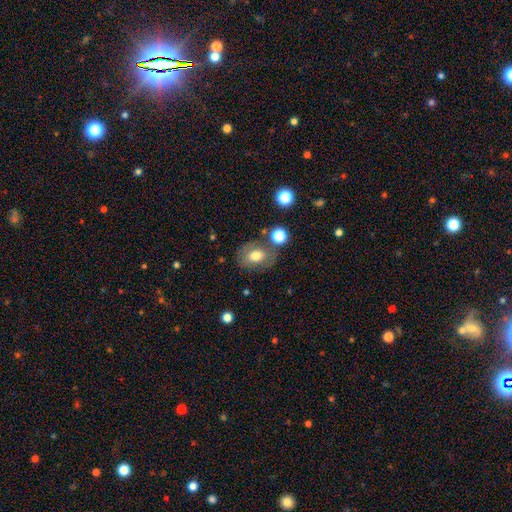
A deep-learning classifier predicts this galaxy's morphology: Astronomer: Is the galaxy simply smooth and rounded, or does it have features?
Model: smooth — 65%.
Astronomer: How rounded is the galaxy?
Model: in between — 61% (runner-up: round, 38%).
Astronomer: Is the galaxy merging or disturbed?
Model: none — 66%.